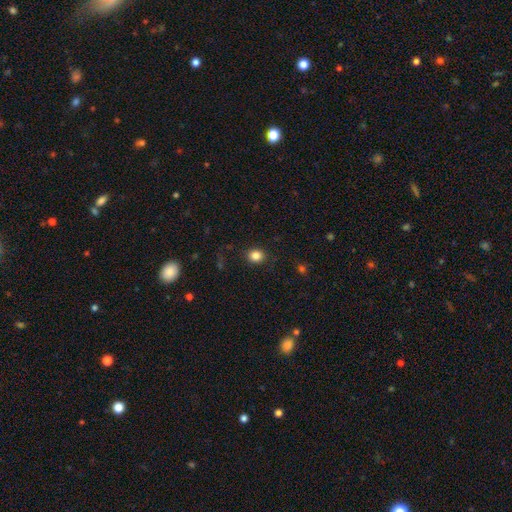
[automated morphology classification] Q: Smooth or featured?
A: smooth (84%); runner-up: star or artifact (11%)
Q: How rounded?
A: round (70%); runner-up: in between (29%)
Q: Merging?
A: none (88%); runner-up: minor disturbance (8%)